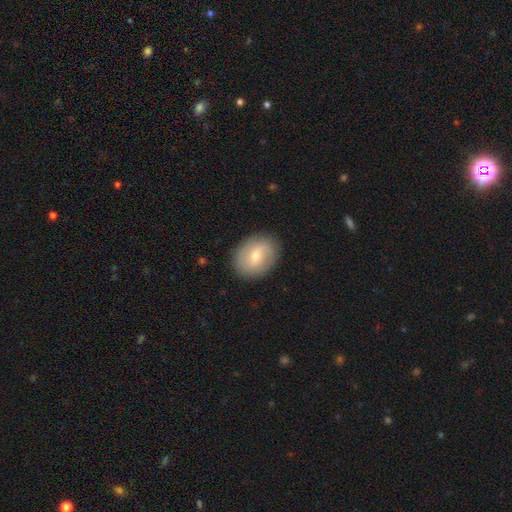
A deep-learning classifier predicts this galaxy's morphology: type=smooth (54%); roundness=in between (52%); merging=none (87%).